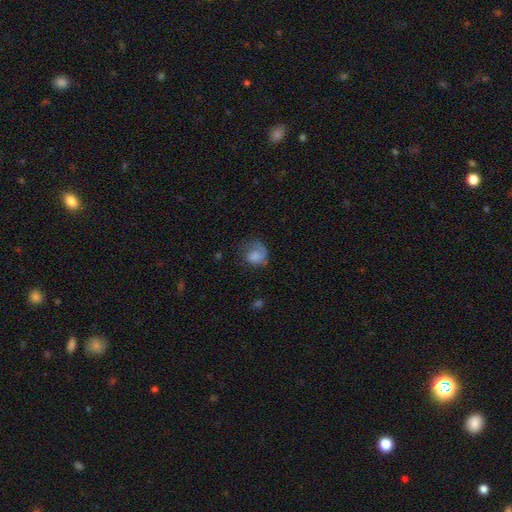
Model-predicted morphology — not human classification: Q: Smooth or featured?
A: smooth (64%); runner-up: featured or disk (28%)
Q: How rounded?
A: round (67%); runner-up: in between (32%)
Q: Merging?
A: none (41%); runner-up: major disturbance (30%)